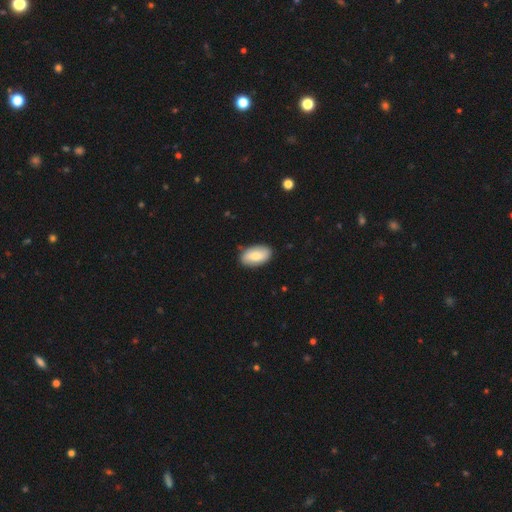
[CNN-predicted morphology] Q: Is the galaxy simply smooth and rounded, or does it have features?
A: smooth — 74%.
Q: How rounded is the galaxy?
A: in between — 94%.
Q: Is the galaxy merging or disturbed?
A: none — 86%.